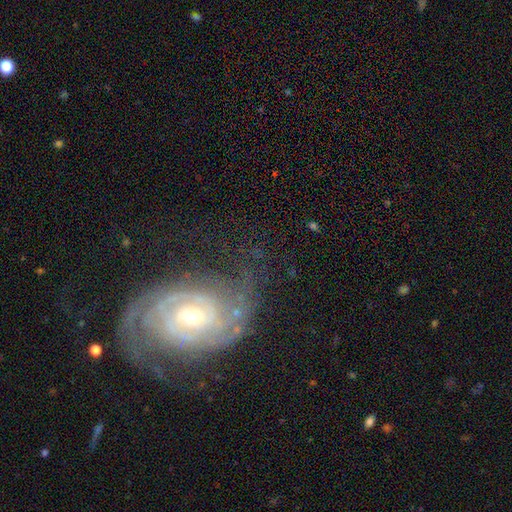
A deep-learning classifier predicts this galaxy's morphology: Smooth or featured: featured or disk — 87% (star or artifact — 8%)
Edge-on disk: no — 97% (yes — 3%)
Bar: no — 53% (weak — 34%)
Spiral arms: yes — 97% (no — 3%)
Spiral winding: tight — 66% (medium — 27%)
Spiral arm count: 2 — 46% (can't tell — 22%)
Bulge size: small — 57% (moderate — 39%)
Merging: none — 66% (minor disturbance — 19%)